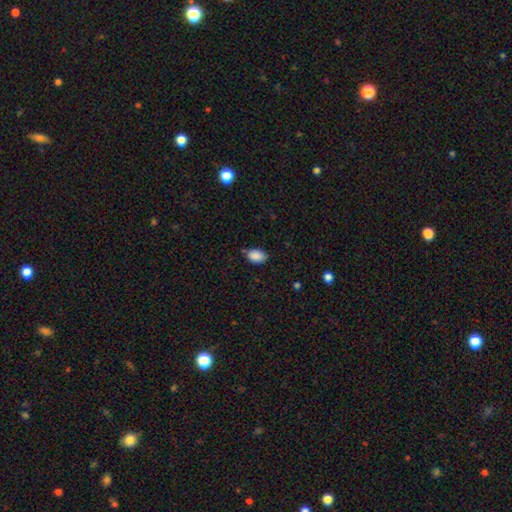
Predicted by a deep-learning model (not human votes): Smooth or featured? Predicted: smooth (p=0.88). How rounded? Predicted: in between (p=0.85). Merging? Predicted: none (p=0.71).